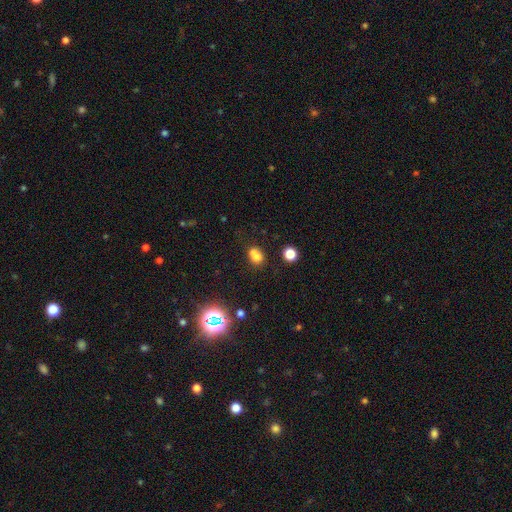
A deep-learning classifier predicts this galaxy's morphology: smooth-or-featured: smooth: 72% | star or artifact: 16% | featured or disk: 12%
  how-rounded: round: 51% | in between: 47% | cigar-shaped: 1%
  merging: none: 42% | merger: 38% | minor disturbance: 14% | major disturbance: 5%